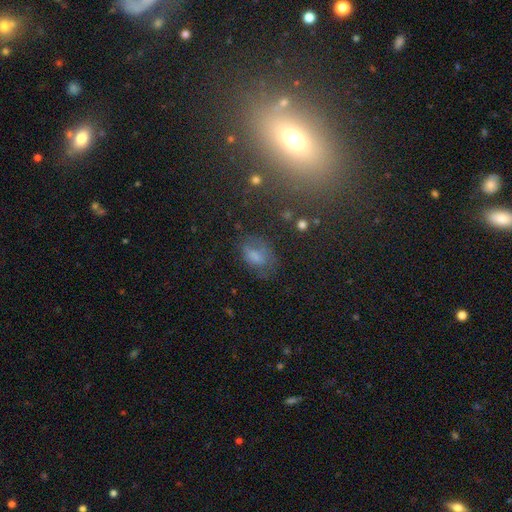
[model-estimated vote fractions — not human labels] smooth_or_featured: smooth (p=0.62) [alt: featured or disk p=0.21]
how_rounded: in between (p=0.84) [alt: round p=0.14]
merging: none (p=0.52) [alt: minor disturbance p=0.27]